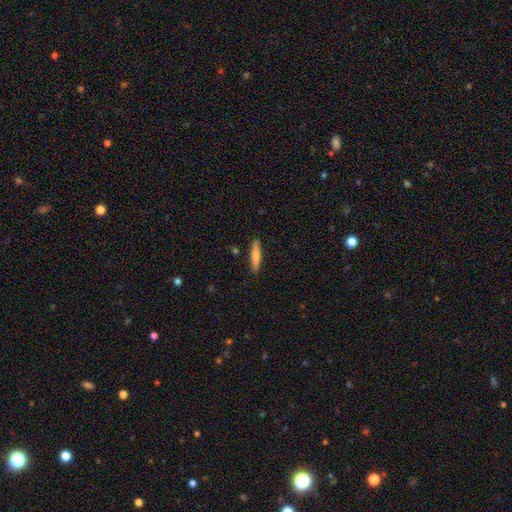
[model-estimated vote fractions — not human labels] Morphology: type=smooth (62%); roundness=cigar-shaped (88%); merging=none (89%).